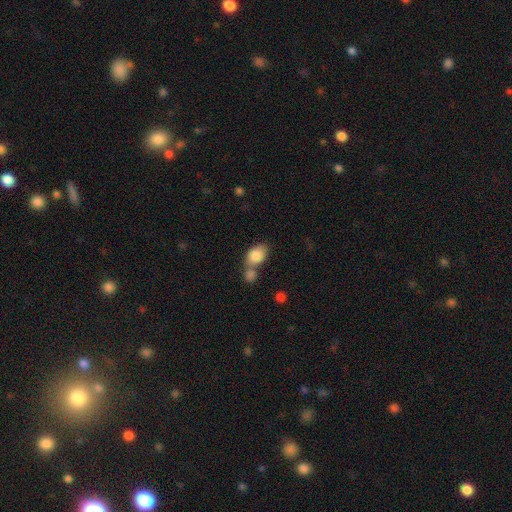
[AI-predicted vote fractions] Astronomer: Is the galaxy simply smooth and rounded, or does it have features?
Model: smooth — 84%.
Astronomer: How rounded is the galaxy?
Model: in between — 81%.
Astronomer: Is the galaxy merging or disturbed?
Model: merger — 50% (runner-up: none, 34%).